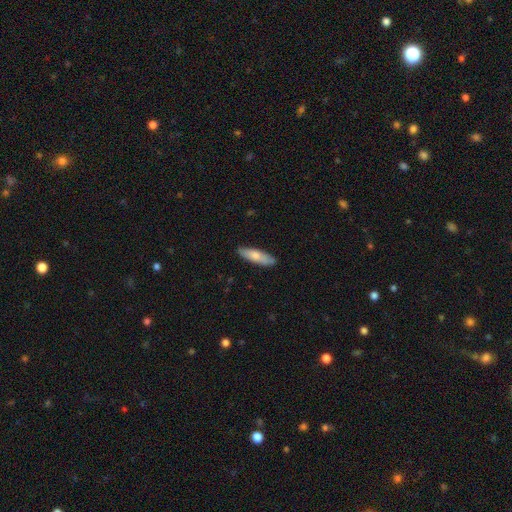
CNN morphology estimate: The model was most divided on "how rounded": cigar-shaped: 59%, in between: 40%, round: 2%. More confident: merging — none (85%); smooth or featured — smooth (76%).